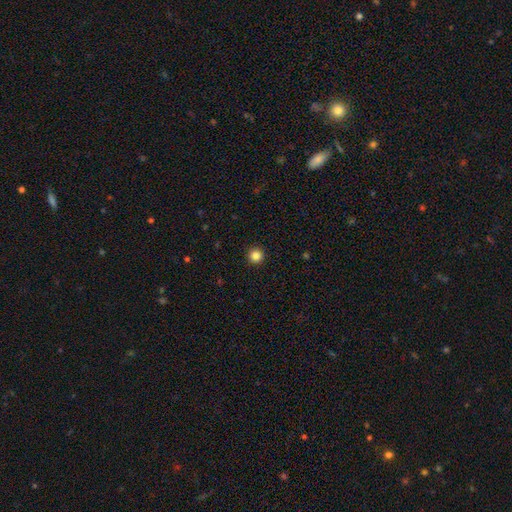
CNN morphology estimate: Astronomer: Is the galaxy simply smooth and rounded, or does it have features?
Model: smooth — 85%.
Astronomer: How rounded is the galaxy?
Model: round — 96%.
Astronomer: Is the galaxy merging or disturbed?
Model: none — 94%.